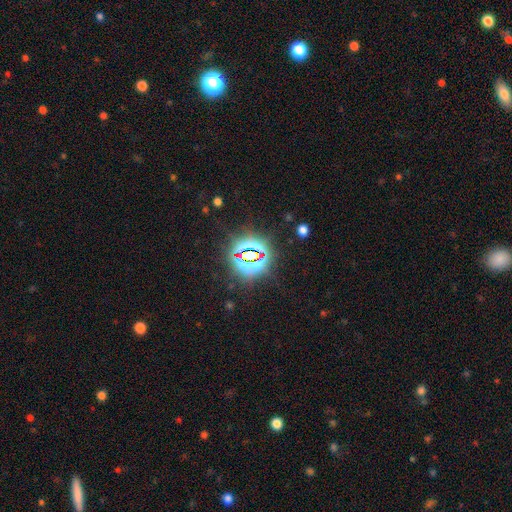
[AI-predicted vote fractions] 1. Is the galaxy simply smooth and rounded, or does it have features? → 81% star or artifact, 11% smooth, 8% featured or disk.